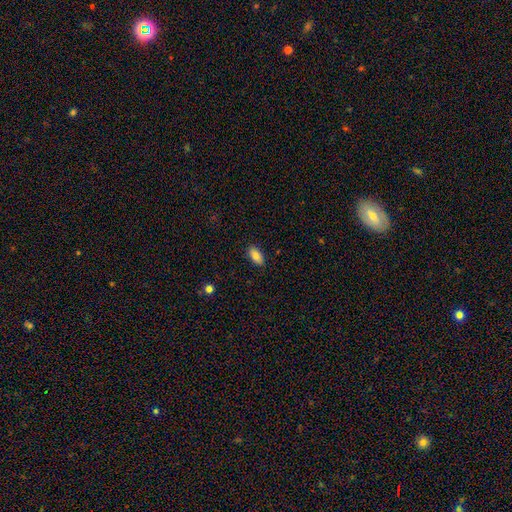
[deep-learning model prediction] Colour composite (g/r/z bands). It shows a smooth galaxy with no disk features (84%) that is in between round and cigar-shaped (92%). Merging: none (88%).